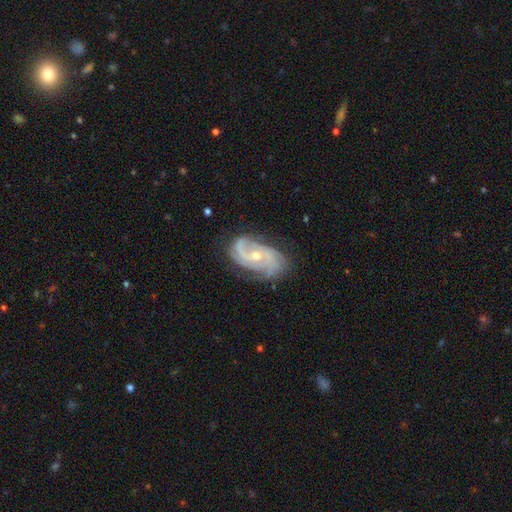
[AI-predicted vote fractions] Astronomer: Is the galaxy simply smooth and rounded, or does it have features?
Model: featured or disk — 88%.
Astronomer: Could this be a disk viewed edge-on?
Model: no — 97%.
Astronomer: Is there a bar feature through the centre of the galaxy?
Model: no — 60%.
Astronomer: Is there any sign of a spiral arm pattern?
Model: yes — 97%.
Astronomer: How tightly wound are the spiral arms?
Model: tight — 44% (runner-up: medium, 43%).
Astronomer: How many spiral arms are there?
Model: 2 — 43% (runner-up: 3, 28%).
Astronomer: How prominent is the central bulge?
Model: small — 57% (runner-up: moderate, 40%).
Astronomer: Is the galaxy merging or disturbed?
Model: none — 72%.